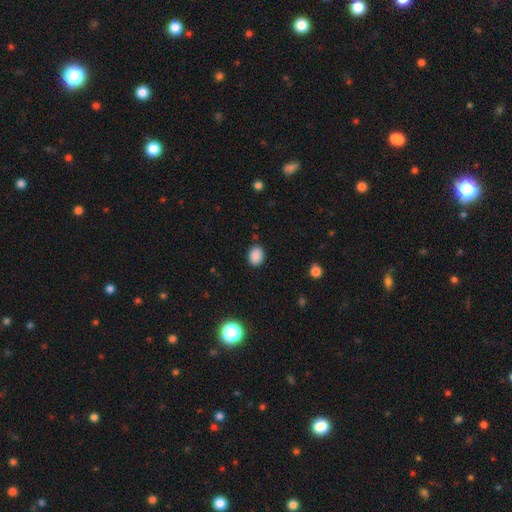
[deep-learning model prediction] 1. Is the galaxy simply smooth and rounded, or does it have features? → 87% smooth, 10% star or artifact, 3% featured or disk.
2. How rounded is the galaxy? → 56% in between, 43% round, 1% cigar-shaped.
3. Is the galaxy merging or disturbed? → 87% none, 9% minor disturbance, 2% major disturbance, 1% merger.